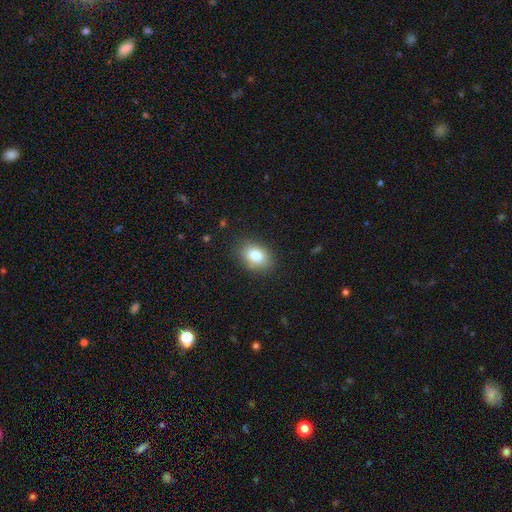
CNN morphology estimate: Smooth or featured: smooth — 82% (featured or disk — 9%)
How rounded: in between — 76% (round — 23%)
Merging: none — 85% (minor disturbance — 11%)